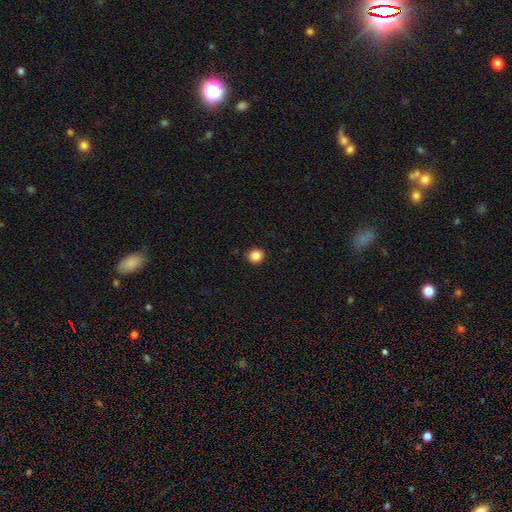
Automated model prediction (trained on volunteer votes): A smooth galaxy with no disk features (85%) that is round (88%). Merging: none (90%).